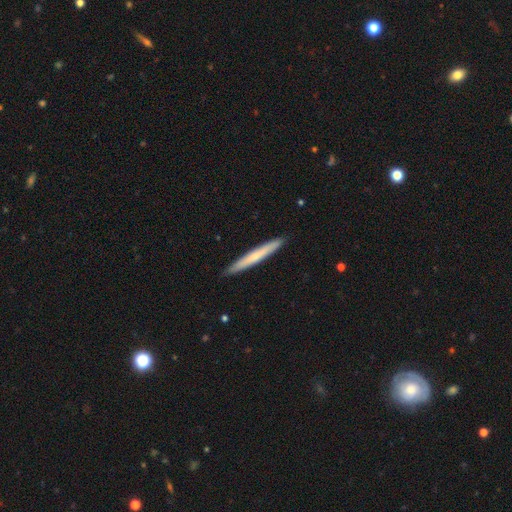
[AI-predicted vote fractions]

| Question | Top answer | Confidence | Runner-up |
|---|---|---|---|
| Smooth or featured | smooth | 57% | featured or disk (37%) |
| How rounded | cigar-shaped | 97% | in between (2%) |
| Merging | none | 91% | minor disturbance (6%) |